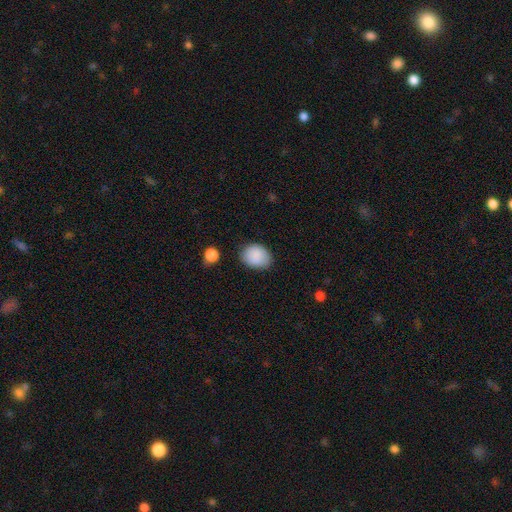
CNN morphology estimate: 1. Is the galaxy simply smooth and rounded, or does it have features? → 88% smooth, 8% star or artifact, 4% featured or disk.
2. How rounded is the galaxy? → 56% in between, 43% round, 1% cigar-shaped.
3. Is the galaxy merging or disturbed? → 76% none, 18% minor disturbance, 4% major disturbance, 2% merger.